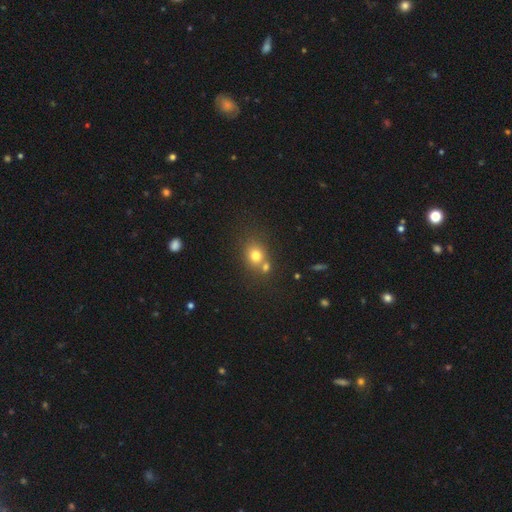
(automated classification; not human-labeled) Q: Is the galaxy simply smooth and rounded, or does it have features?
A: smooth — 75%.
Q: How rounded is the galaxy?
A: round — 70%.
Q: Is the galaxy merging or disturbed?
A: none — 53%.